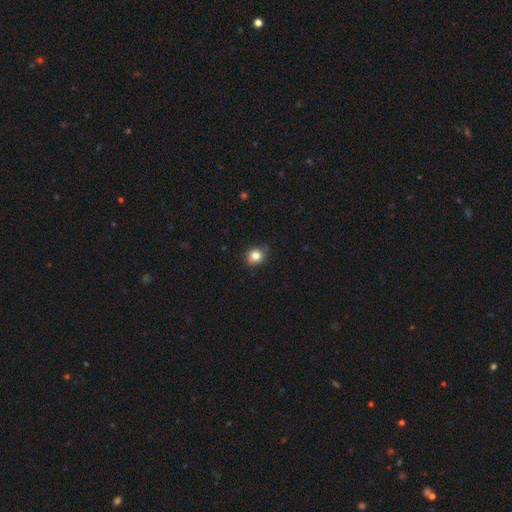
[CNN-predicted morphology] A smooth galaxy with no disk features (82%) that is round (72%).

Vote fractions:
- Smooth or featured? smooth: 82% / star or artifact: 11% / featured or disk: 7%
- How rounded? round: 72% / in between: 27% / cigar-shaped: 1%
- Merging? none: 80% / minor disturbance: 16% / major disturbance: 3% / merger: 1%